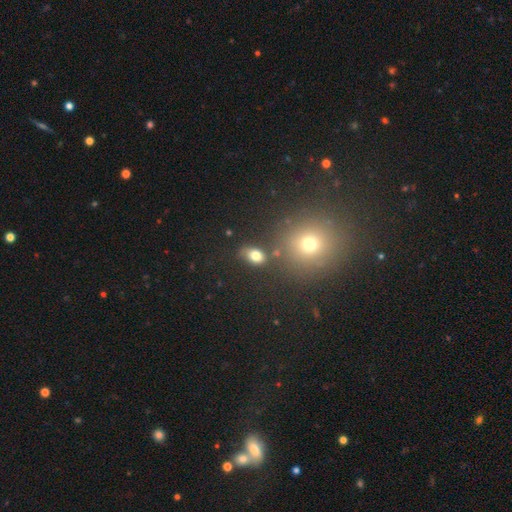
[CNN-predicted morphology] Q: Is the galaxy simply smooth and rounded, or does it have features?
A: smooth — 77%.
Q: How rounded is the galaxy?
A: in between — 77%.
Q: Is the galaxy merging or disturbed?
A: none — 71%.